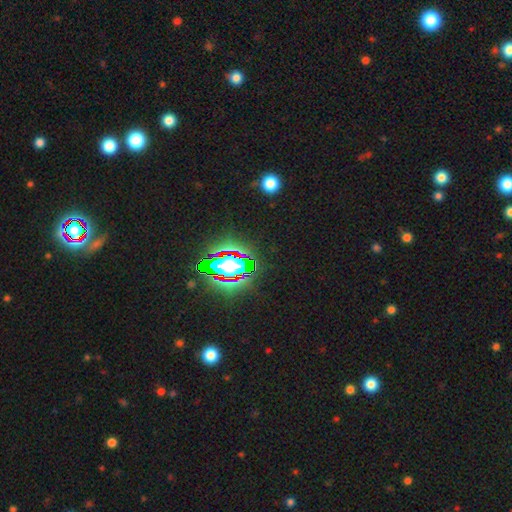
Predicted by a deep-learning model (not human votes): A star or artifact, not a galaxy (81%).

Vote fractions:
- Smooth or featured? star or artifact: 81% / smooth: 11% / featured or disk: 8%